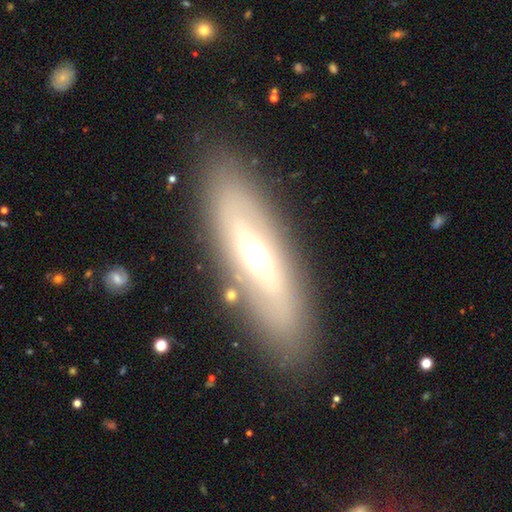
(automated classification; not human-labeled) Smooth or featured: featured or disk — 55% (smooth — 36%)
Edge-on disk: no — 57% (yes — 43%)
Merging: none — 84% (minor disturbance — 10%)